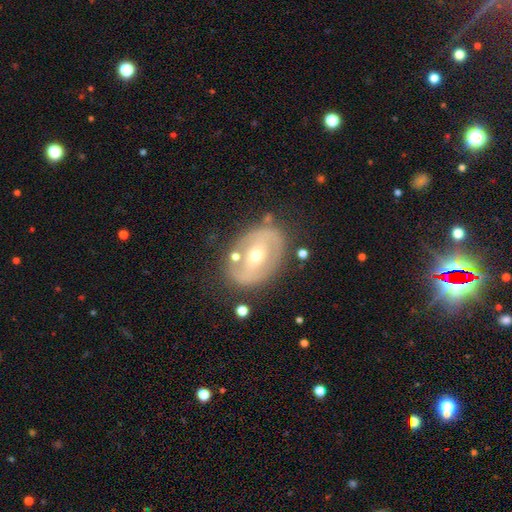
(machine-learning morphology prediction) featured or disk 69%, smooth 24%, star or artifact 7%. Down the decision tree: edge-on disk — no (93%); bar — no (38%); spiral arms — no (58%); bulge size — moderate (55%); merging — none (74%).